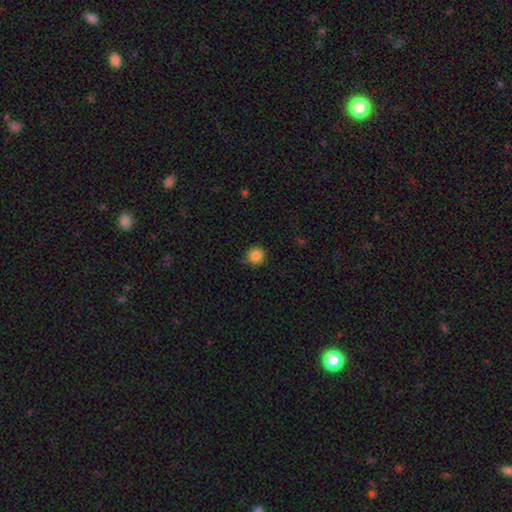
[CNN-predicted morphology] Overall: smooth (85%). How rounded: round (95%). Merging: none (83%).